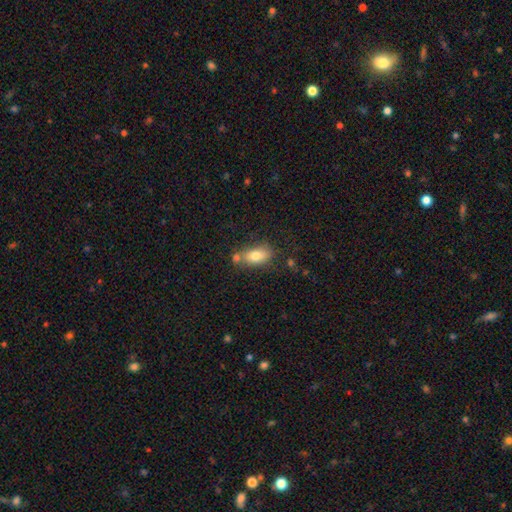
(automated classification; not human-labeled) Smooth or featured? smooth (78%)
How rounded? in between (86%)
Merging? none (60%)